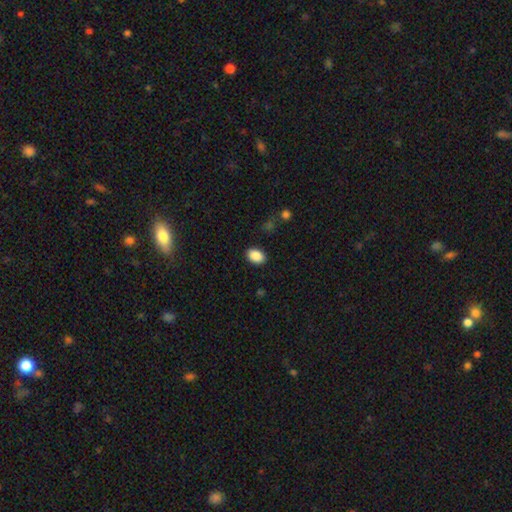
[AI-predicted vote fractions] Smooth or featured? smooth (89%)
How rounded? in between (83%)
Merging? none (88%)